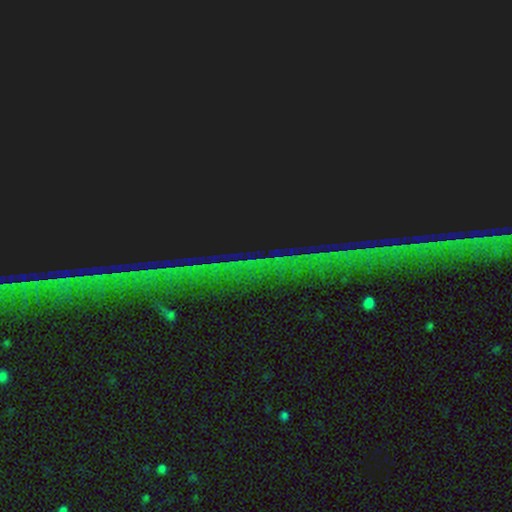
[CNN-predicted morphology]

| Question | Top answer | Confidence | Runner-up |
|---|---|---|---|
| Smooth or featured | star or artifact | 85% | featured or disk (9%) |